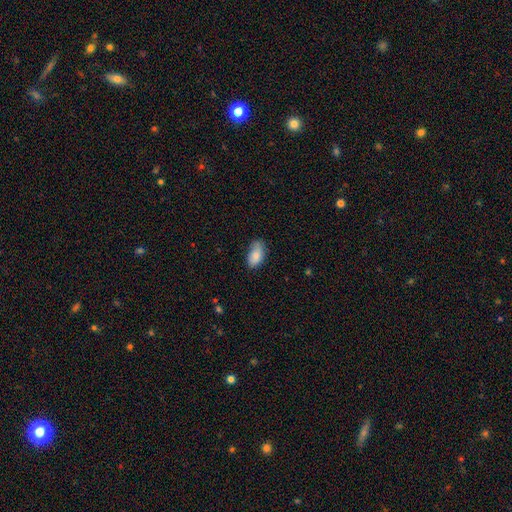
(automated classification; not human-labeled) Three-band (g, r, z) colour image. It shows a smooth galaxy with no disk features (84%) that is in between round and cigar-shaped (93%). Merging: none (59%).